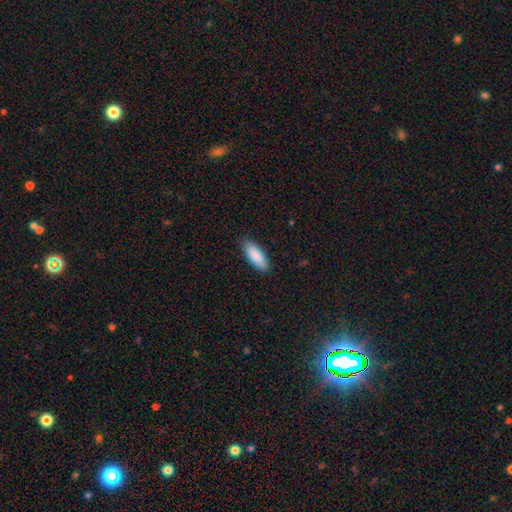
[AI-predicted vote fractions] This is clearly a smooth galaxy (89%). How rounded: likely in between (72%). Merging: clearly none (85%).